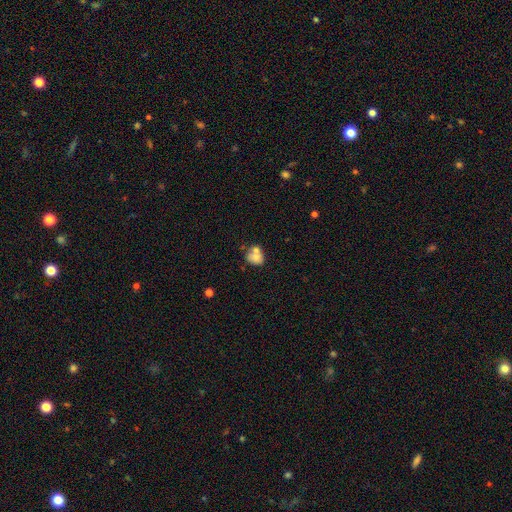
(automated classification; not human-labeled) Smooth or featured? smooth (68%)
How rounded? round (61%)
Merging? merger (42%)